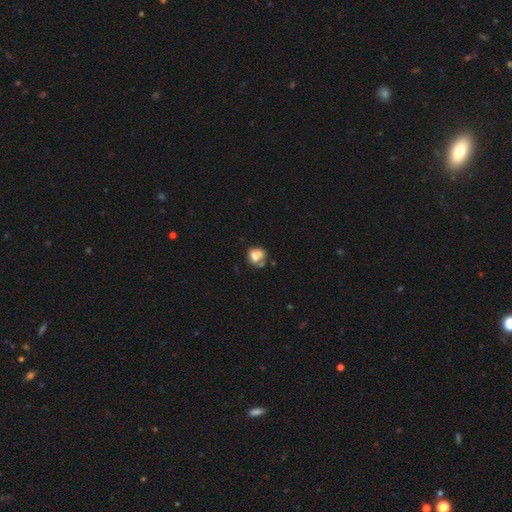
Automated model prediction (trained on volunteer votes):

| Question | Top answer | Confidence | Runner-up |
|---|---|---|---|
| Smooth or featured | smooth | 67% | featured or disk (22%) |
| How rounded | round | 53% | in between (46%) |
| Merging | merger | 37% | none (33%) |